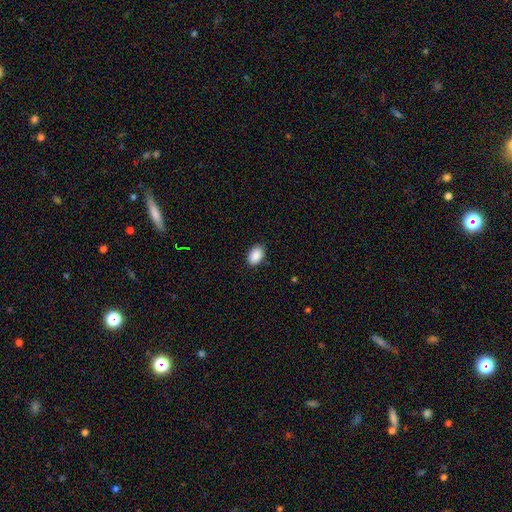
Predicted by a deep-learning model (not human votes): A smooth galaxy with no disk features (90%) that is in between round and cigar-shaped (88%).

Vote fractions:
- Smooth or featured? smooth: 90% / star or artifact: 7% / featured or disk: 3%
- How rounded? in between: 88% / round: 11% / cigar-shaped: 1%
- Merging? none: 88% / minor disturbance: 9% / major disturbance: 2% / merger: 1%